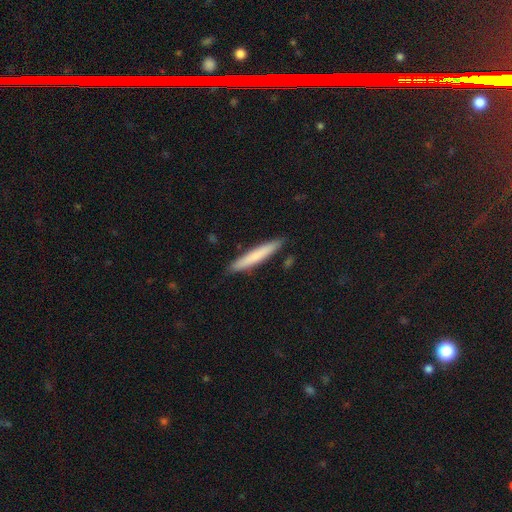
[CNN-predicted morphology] This is likely a smooth galaxy (73%). How rounded: clearly cigar-shaped (94%). Merging: clearly none (89%).